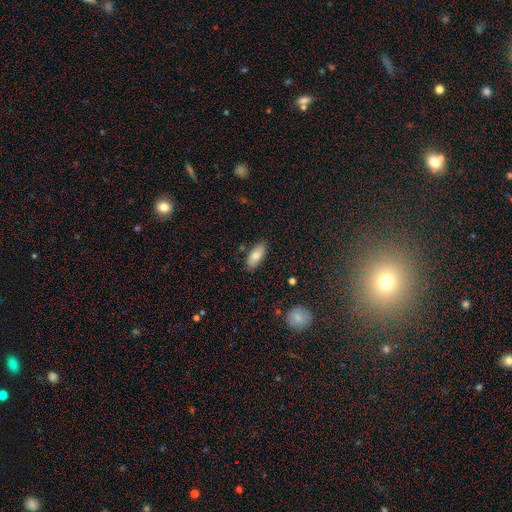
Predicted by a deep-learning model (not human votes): This is likely a smooth galaxy (77%). How rounded: clearly in between (88%). Merging: clearly none (84%).